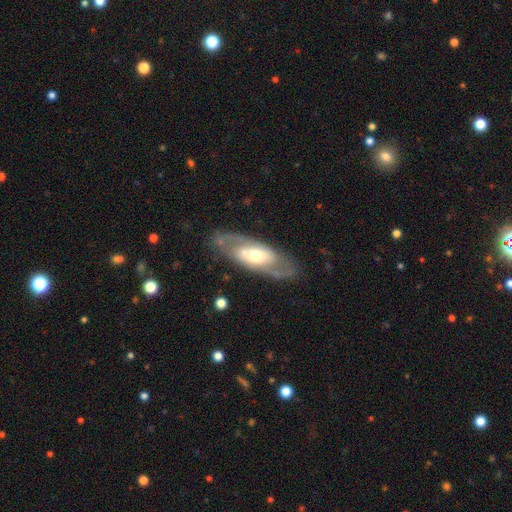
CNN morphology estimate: A featured or disk galaxy (73%) with no bar (61%), spiral arms (65%) and a moderate central bulge (67%). Merging: none (78%).